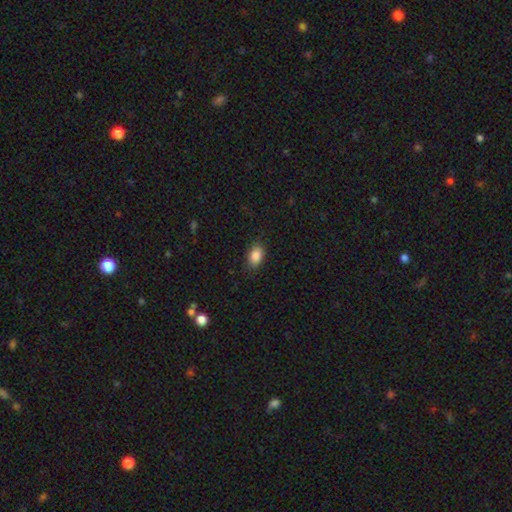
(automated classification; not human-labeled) smooth_or_featured: smooth (p=0.87) [alt: star or artifact p=0.08]
how_rounded: in between (p=0.86) [alt: round p=0.12]
merging: none (p=0.85) [alt: minor disturbance p=0.11]